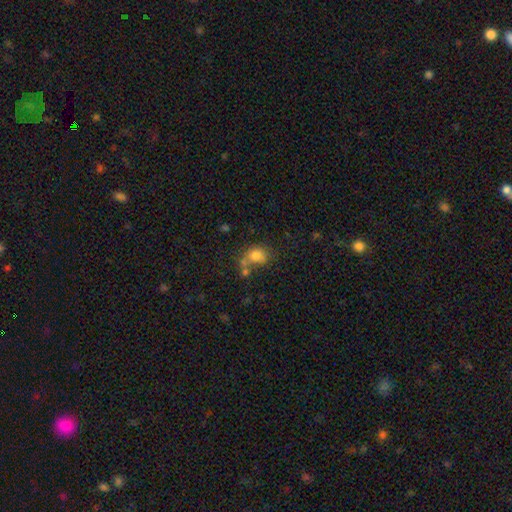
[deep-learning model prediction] Overall: smooth (77%). How rounded: in between (53%; round 46%). Merging: none (42%; merger 31%).